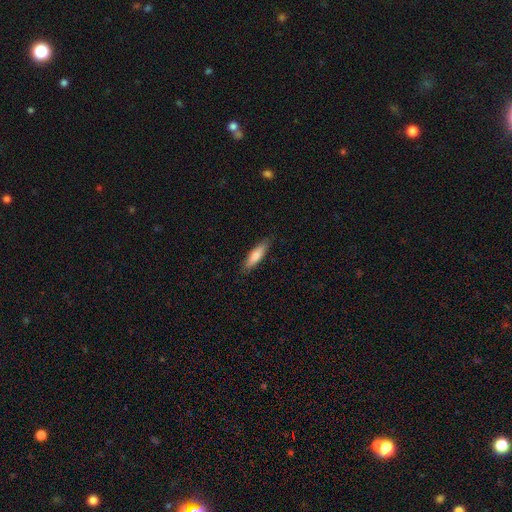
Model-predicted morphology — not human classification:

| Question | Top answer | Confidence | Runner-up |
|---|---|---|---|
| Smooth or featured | smooth | 74% | featured or disk (21%) |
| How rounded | cigar-shaped | 62% | in between (36%) |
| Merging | none | 85% | minor disturbance (11%) |